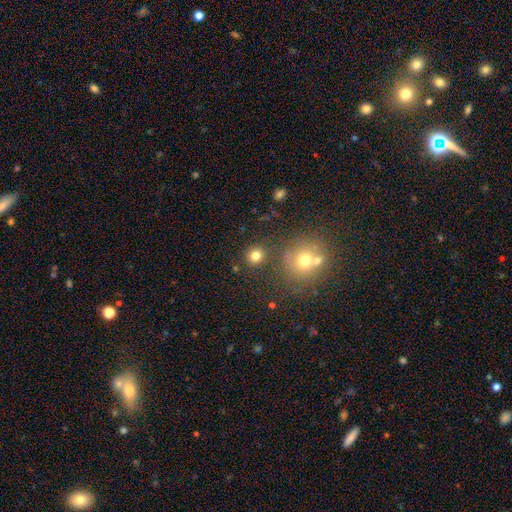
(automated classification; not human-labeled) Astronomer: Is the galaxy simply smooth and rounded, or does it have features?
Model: smooth — 78%.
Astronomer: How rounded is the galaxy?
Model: round — 86%.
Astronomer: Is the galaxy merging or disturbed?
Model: none — 80%.